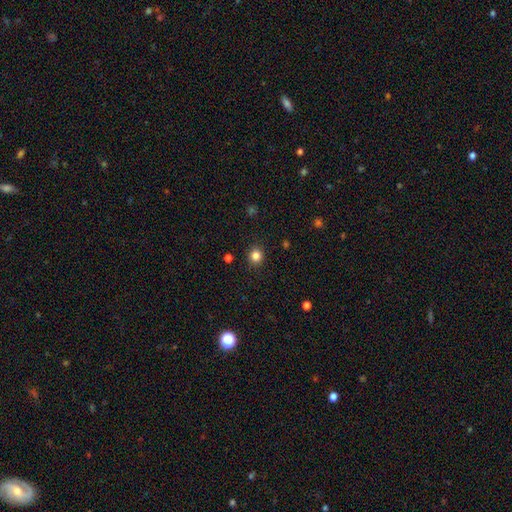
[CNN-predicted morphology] Smooth or featured?
  - smooth: 84% *
  - star or artifact: 12%
  - featured or disk: 4%
How rounded?
  - round: 88% *
  - in between: 11%
  - cigar-shaped: 1%
Merging?
  - none: 90% *
  - minor disturbance: 7%
  - major disturbance: 2%
  - merger: 1%